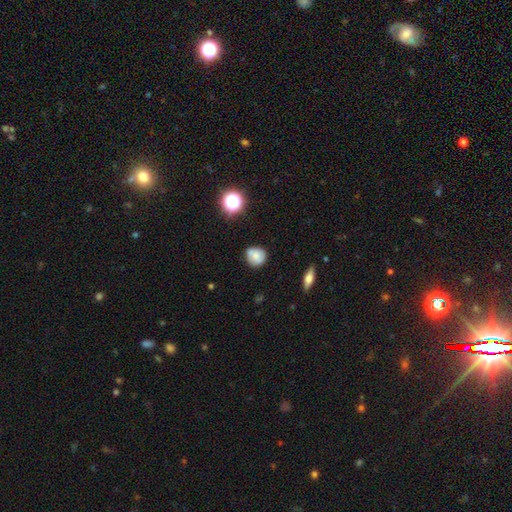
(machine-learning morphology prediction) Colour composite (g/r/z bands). It shows a smooth galaxy with no disk features (73%) that is round (82%). Merging: none (64%).